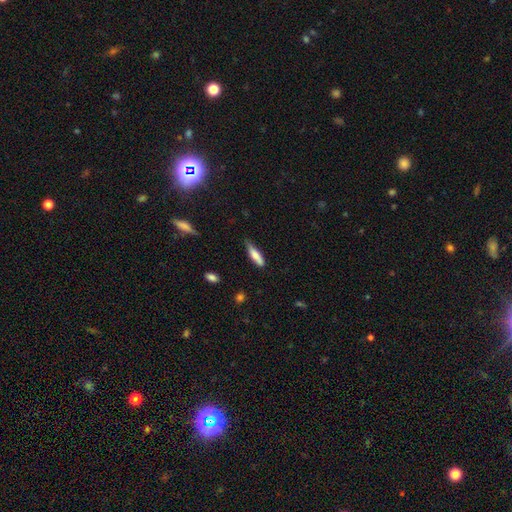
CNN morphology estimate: The model was most divided on "merging": none: 61%, minor disturbance: 31%, major disturbance: 5%, merger: 2%. More confident: smooth or featured — smooth (72%); how rounded — cigar-shaped (70%).